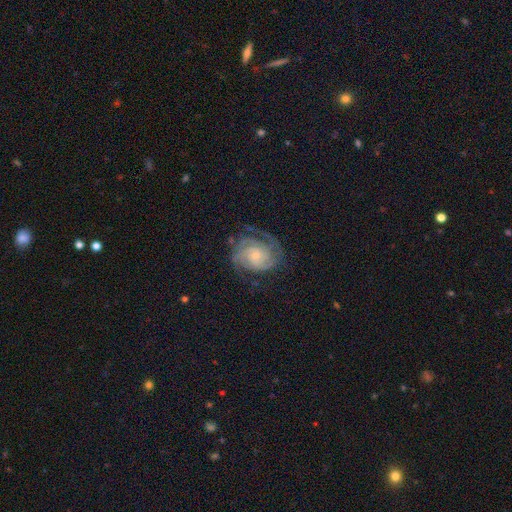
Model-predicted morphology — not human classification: This appears to be a featured or disk galaxy (88%) with no bar (72%), 2 (30%) tight (64%) spiral arms (97%) and a small central bulge (70%). Merging: none (69%).